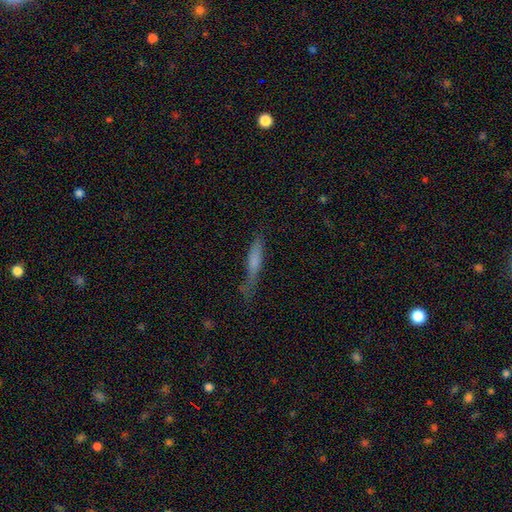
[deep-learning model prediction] smooth_or_featured: smooth (p=0.53) [alt: featured or disk p=0.37]
how_rounded: cigar-shaped (p=0.91) [alt: in between p=0.07]
merging: none (p=0.65) [alt: minor disturbance p=0.24]